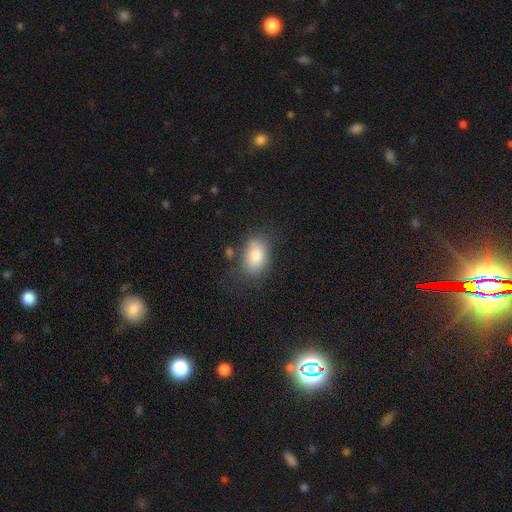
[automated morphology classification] Overall: smooth (84%). How rounded: in between (85%). Merging: none (68%).